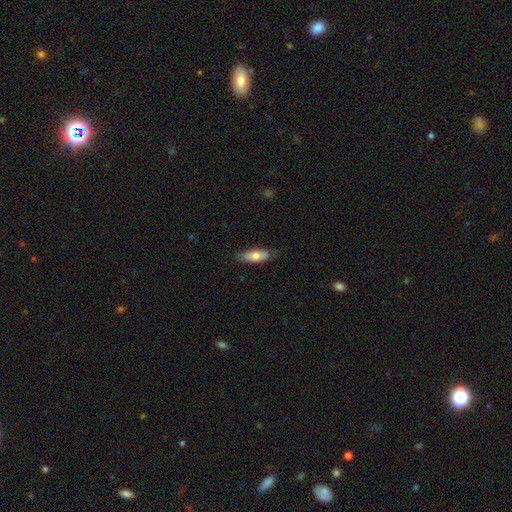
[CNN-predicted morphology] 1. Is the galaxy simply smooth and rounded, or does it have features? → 66% smooth, 28% featured or disk, 6% star or artifact.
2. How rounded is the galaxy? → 65% in between, 33% cigar-shaped, 2% round.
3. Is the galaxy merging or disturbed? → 76% none, 19% minor disturbance, 4% major disturbance, 1% merger.